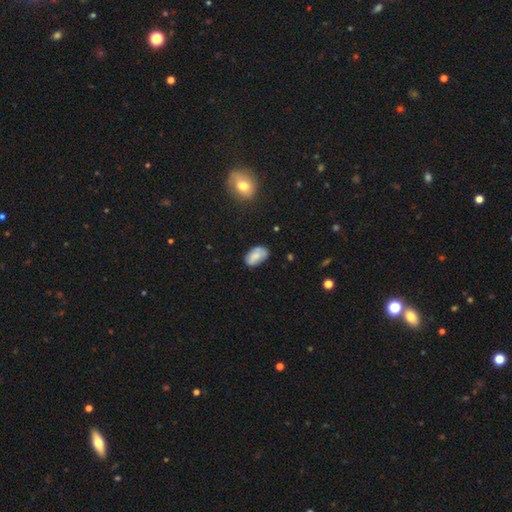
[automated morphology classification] The model was most divided on "merging": none: 70%, minor disturbance: 23%, major disturbance: 5%, merger: 2%. More confident: how rounded — in between (93%); smooth or featured — smooth (72%).